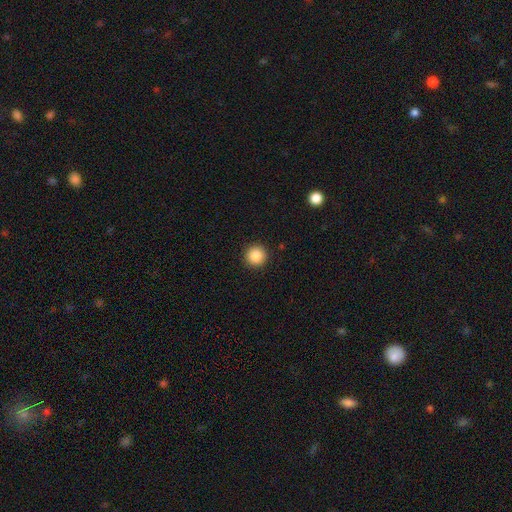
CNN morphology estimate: smooth-or-featured: smooth: 86% | star or artifact: 10% | featured or disk: 4%
  how-rounded: round: 95% | in between: 4% | cigar-shaped: 1%
  merging: none: 93% | minor disturbance: 5% | major disturbance: 2% | merger: 1%